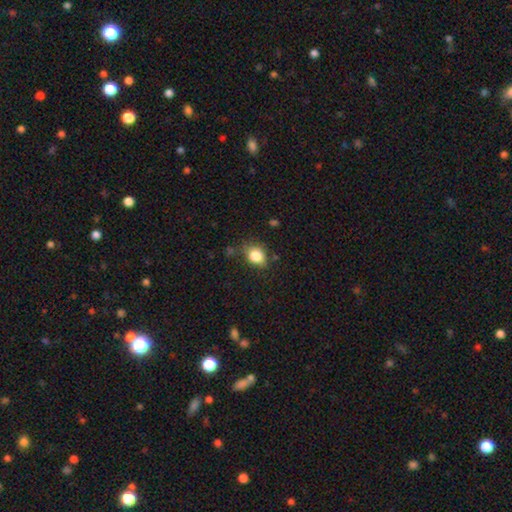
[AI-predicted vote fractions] The model was most divided on "how rounded": in between: 52%, round: 47%, cigar-shaped: 1%. More confident: smooth or featured — smooth (83%); merging — none (70%).